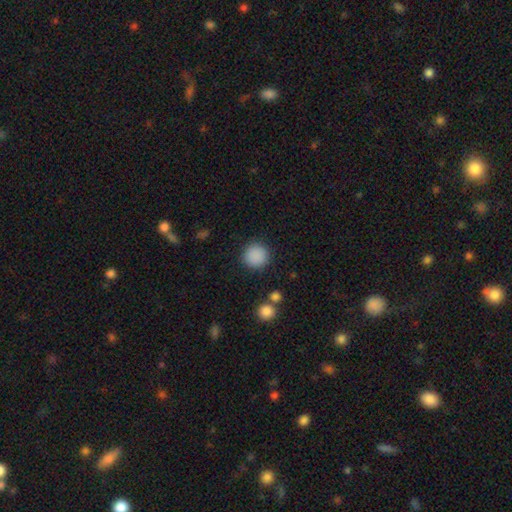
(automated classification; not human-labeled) The model was most divided on "smooth or featured": smooth: 88%, star or artifact: 9%, featured or disk: 3%. More confident: how rounded — round (93%); merging — none (89%).